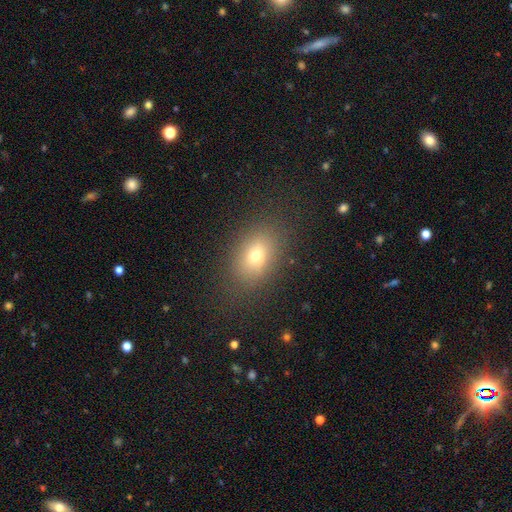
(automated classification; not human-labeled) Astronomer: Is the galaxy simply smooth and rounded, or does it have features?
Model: smooth — 73%.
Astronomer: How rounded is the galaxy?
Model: in between — 79%.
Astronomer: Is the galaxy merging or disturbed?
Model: none — 81%.